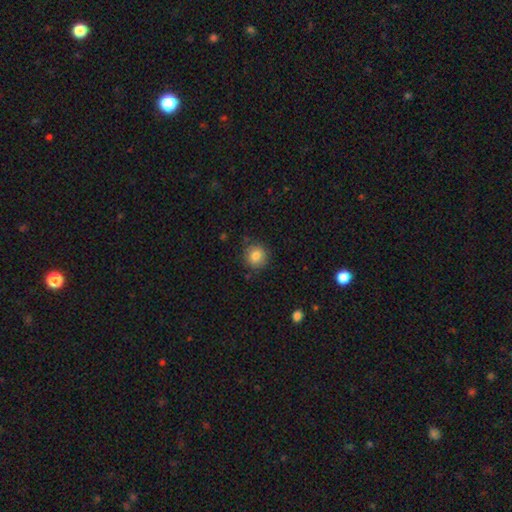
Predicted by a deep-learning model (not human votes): smooth_or_featured: smooth (p=0.84) [alt: star or artifact p=0.10]
how_rounded: round (p=0.88) [alt: in between p=0.11]
merging: none (p=0.84) [alt: minor disturbance p=0.11]